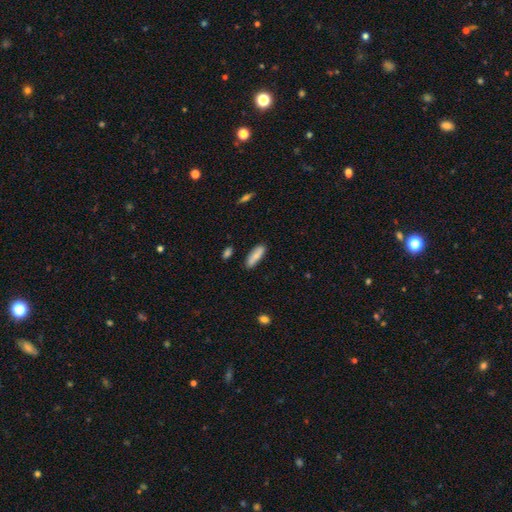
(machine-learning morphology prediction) smooth 78%, featured or disk 16%, star or artifact 6%. Down the decision tree: how rounded — cigar-shaped (50%); merging — none (85%).